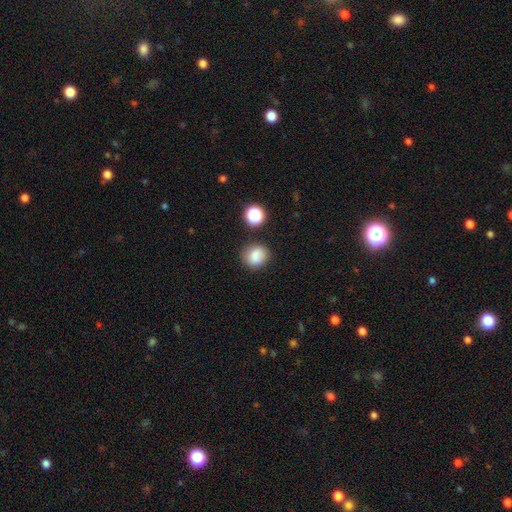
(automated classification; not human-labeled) Smooth or featured: smooth — 77% (star or artifact — 12%)
How rounded: round — 76% (in between — 23%)
Merging: none — 73% (minor disturbance — 16%)